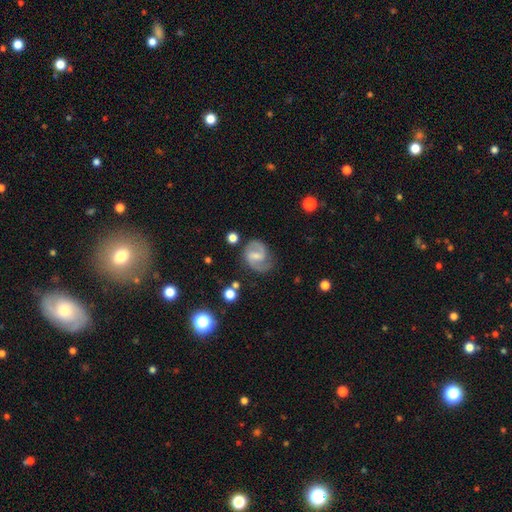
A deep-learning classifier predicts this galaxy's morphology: featured or disk 81%, smooth 13%, star or artifact 6%. Down the decision tree: edge-on disk — no (98%); bar — weak (53%); spiral arms — yes (94%); spiral arm count — 2 (88%); spiral winding — medium (56%); bulge size — small (45%); merging — none (73%).